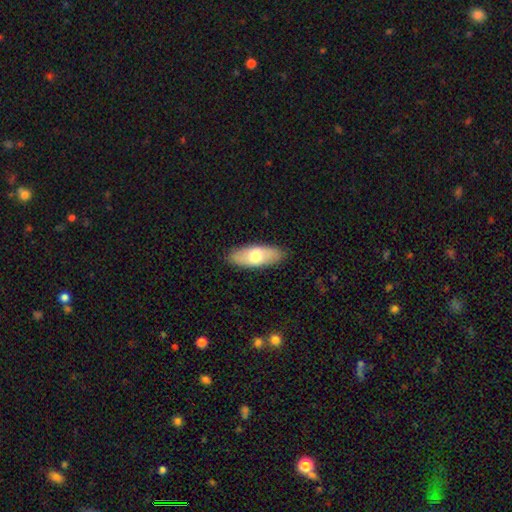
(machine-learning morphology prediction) This appears to be a smooth galaxy with no disk features (66%) that is in between round and cigar-shaped (77%). Merging: none (88%).